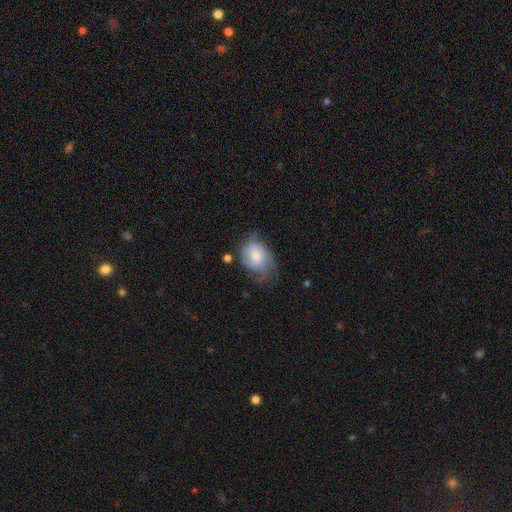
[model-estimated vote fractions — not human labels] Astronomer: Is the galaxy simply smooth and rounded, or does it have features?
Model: smooth — 48% (runner-up: featured or disk, 45%).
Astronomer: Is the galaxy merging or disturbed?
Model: none — 41% (runner-up: minor disturbance, 34%).